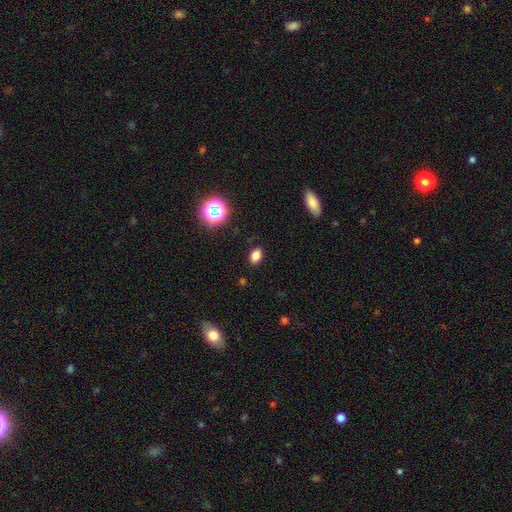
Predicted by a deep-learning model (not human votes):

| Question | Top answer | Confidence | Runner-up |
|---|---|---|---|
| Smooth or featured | smooth | 80% | star or artifact (15%) |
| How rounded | in between | 77% | round (21%) |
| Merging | none | 87% | minor disturbance (9%) |